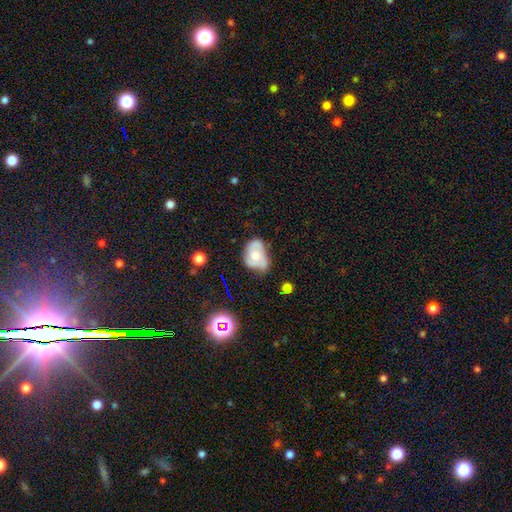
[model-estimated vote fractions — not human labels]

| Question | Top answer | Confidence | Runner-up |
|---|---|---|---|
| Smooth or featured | featured or disk | 49% | smooth (42%) |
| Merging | none | 40% | minor disturbance (38%) |